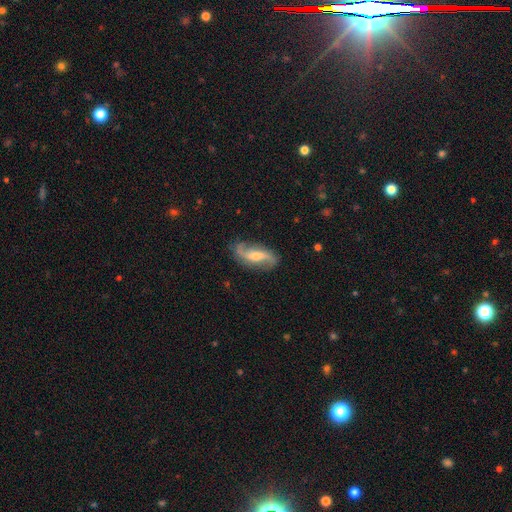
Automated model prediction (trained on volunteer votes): smooth_or_featured: featured or disk (p=0.82) [alt: smooth p=0.12]
disk_edge_on: no (p=0.93) [alt: yes p=0.07]
bar: weak (p=0.41) [alt: no p=0.34]
has_spiral_arms: yes (p=0.96) [alt: no p=0.04]
spiral_winding: loose (p=0.64) [alt: medium p=0.27]
spiral_arm_count: 2 (p=0.91) [alt: can't tell p=0.03]
bulge_size: moderate (p=0.51) [alt: small p=0.39]
merging: none (p=0.79) [alt: minor disturbance p=0.15]